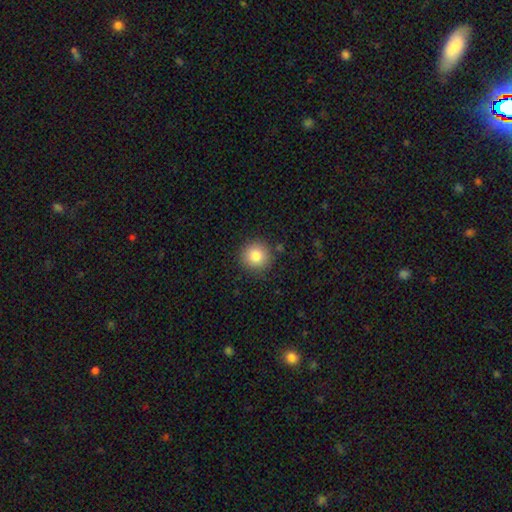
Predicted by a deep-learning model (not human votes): Overall: smooth (84%). How rounded: round (95%). Merging: none (88%).